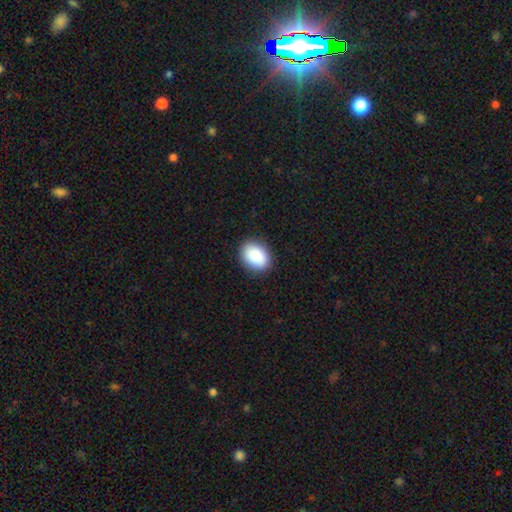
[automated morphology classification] A smooth galaxy with no disk features (89%) that is in between round and cigar-shaped (78%). Merging: none (88%).